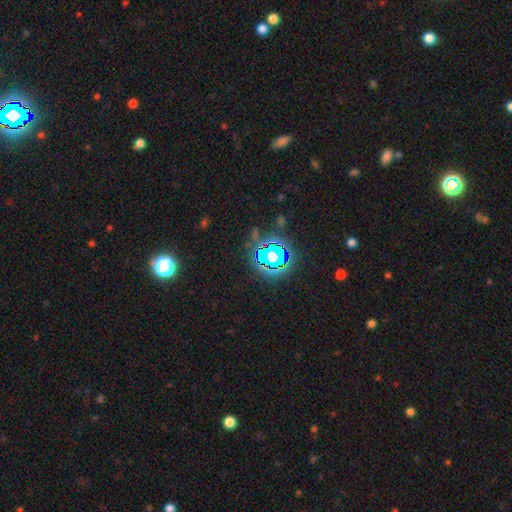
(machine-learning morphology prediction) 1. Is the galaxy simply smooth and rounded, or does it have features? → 82% star or artifact, 11% smooth, 7% featured or disk.